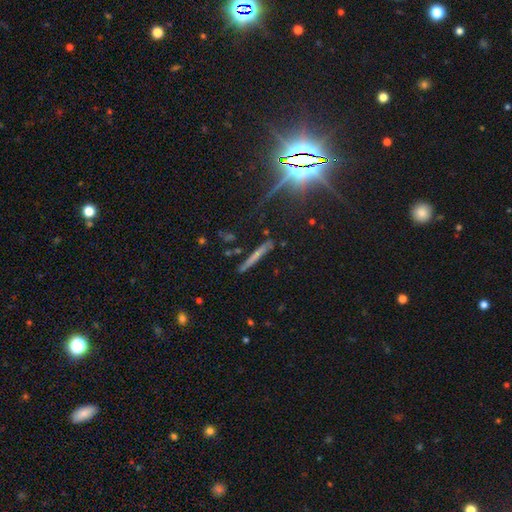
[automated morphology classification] This appears to be a smooth galaxy with no disk features (50%). Merging: none (83%).